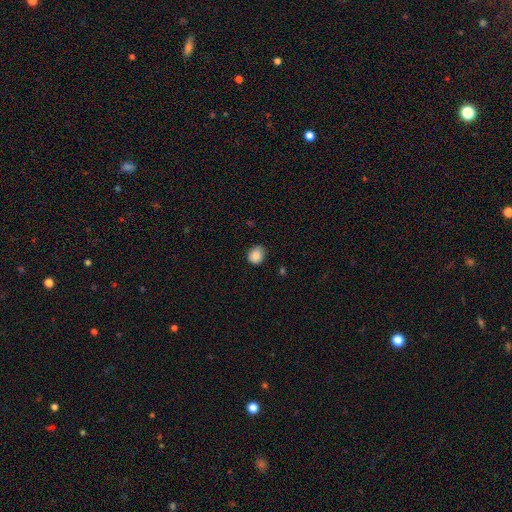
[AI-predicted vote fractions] The model was most divided on "how rounded": round: 68%, in between: 31%, cigar-shaped: 1%. More confident: smooth or featured — smooth (87%); merging — none (72%).